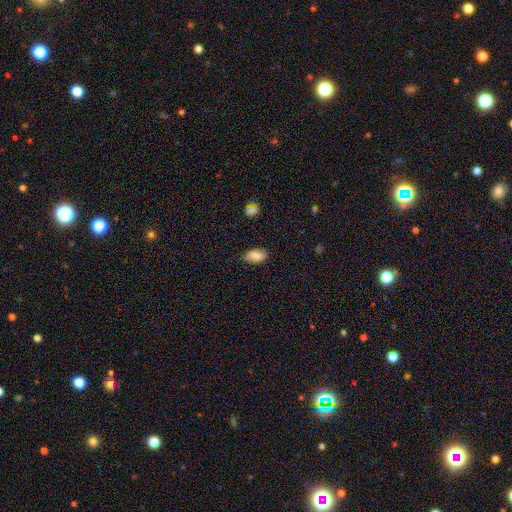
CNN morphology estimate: Q: Smooth or featured?
A: smooth (80%); runner-up: featured or disk (13%)
Q: How rounded?
A: in between (93%); runner-up: round (4%)
Q: Merging?
A: none (79%); runner-up: minor disturbance (17%)